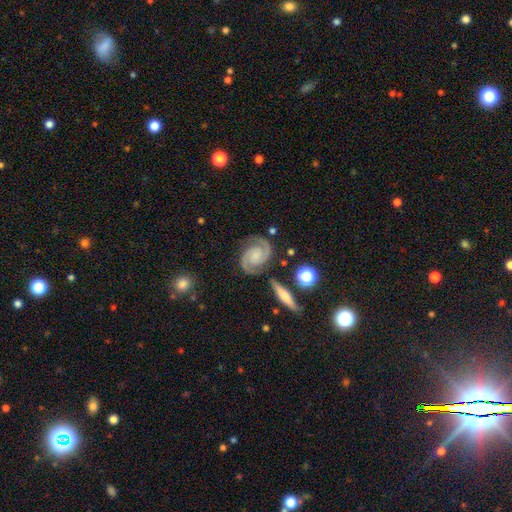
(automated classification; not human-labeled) A featured or disk galaxy (89%) with no bar (62%), 2 (94%) medium (47%) spiral arms (98%) and a small central bulge (35%).

Vote fractions:
- Smooth or featured? featured or disk: 89% / smooth: 5% / star or artifact: 5%
- Edge-on disk? no: 97% / yes: 3%
- Bar? no: 62% / weak: 28% / strong: 10%
- Spiral arms? yes: 98% / no: 2%
- Spiral winding? medium: 47% / tight: 45% / loose: 7%
- Spiral arm count? 2: 94% / can't tell: 2% / 3: 2% / 1: 1% / 4: 1% / more than 4: 1%
- Bulge size? small: 35% / none: 34% / moderate: 23% / large: 5% / dominant: 2%
- Merging? none: 80% / minor disturbance: 12% / merger: 4% / major disturbance: 4%